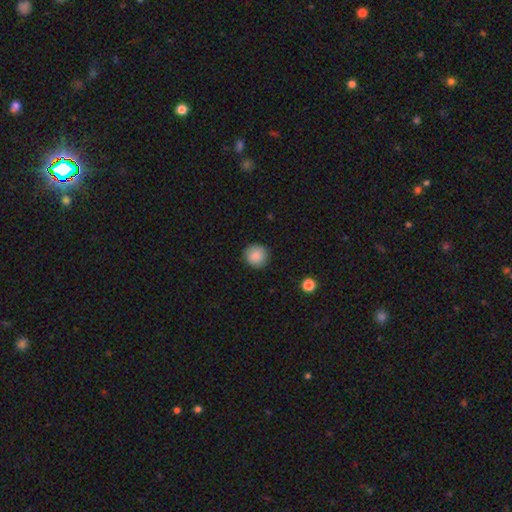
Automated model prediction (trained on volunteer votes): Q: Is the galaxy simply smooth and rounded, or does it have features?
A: smooth — 87%.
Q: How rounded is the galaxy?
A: round — 94%.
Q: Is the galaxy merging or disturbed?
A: none — 89%.